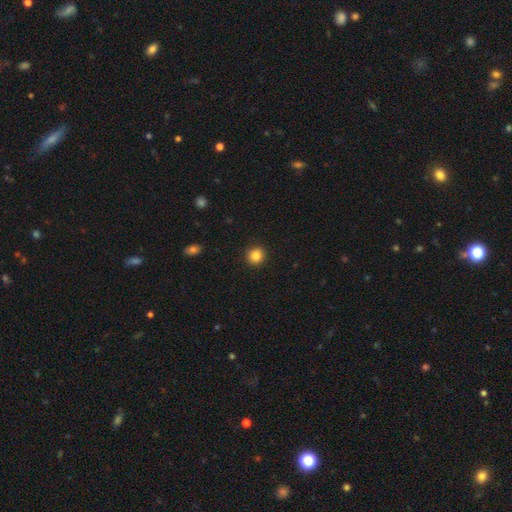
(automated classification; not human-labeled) A smooth galaxy with no disk features (85%) that is round (90%).

Vote fractions:
- Smooth or featured? smooth: 85% / star or artifact: 11% / featured or disk: 4%
- How rounded? round: 90% / in between: 9% / cigar-shaped: 1%
- Merging? none: 92% / minor disturbance: 5% / major disturbance: 2% / merger: 1%